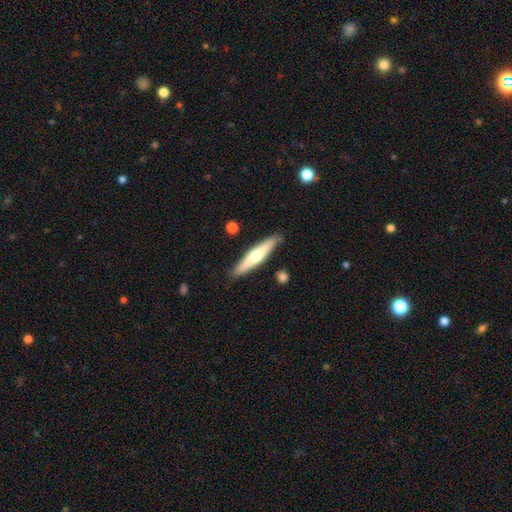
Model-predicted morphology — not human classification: Smooth or featured? Predicted: smooth (p=0.52). How rounded? Predicted: cigar-shaped (p=0.84). Merging? Predicted: none (p=0.86).